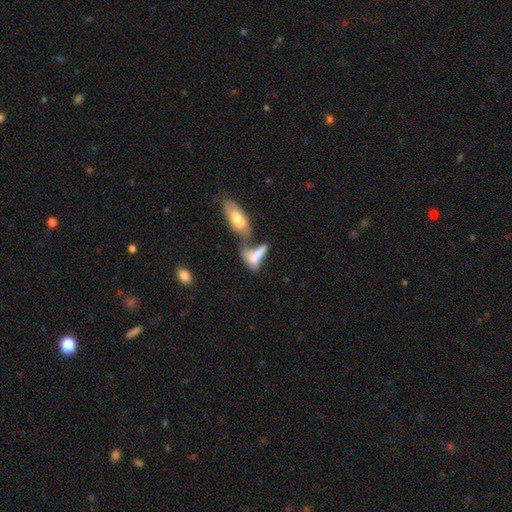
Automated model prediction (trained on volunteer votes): Smooth or featured: smooth — 66% (featured or disk — 25%)
How rounded: in between — 70% (cigar-shaped — 26%)
Merging: merger — 62% (none — 17%)